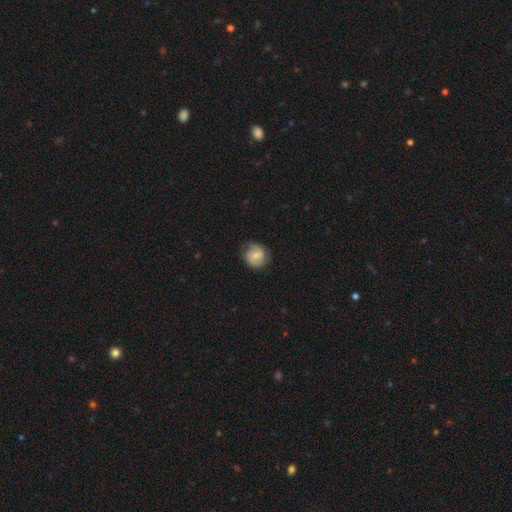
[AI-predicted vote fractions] smooth 66%, featured or disk 26%, star or artifact 7%. Down the decision tree: how rounded — round (87%); merging — none (72%).